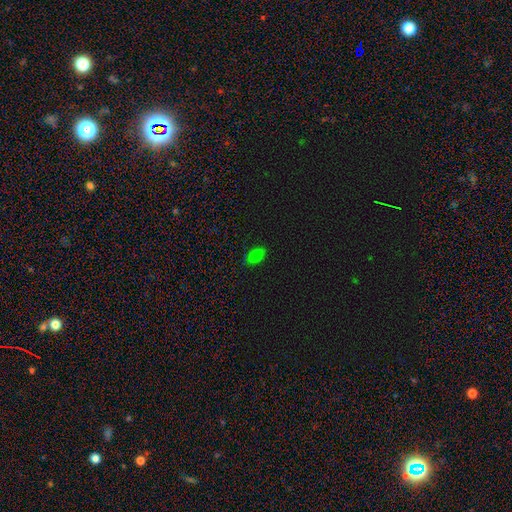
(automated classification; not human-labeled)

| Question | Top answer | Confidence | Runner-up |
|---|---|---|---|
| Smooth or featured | smooth | 79% | star or artifact (15%) |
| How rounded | in between | 88% | round (9%) |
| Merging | none | 84% | minor disturbance (12%) |